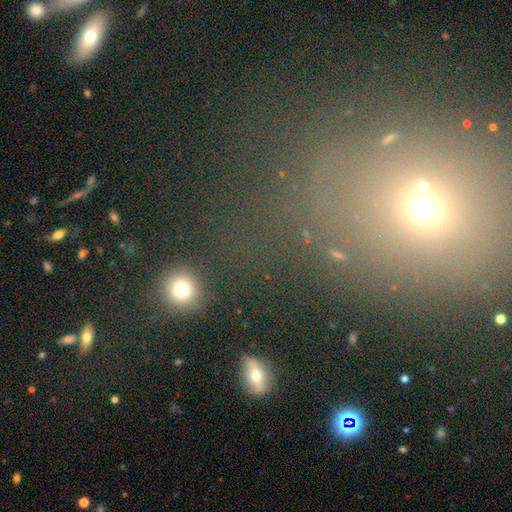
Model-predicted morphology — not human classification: Smooth or featured: smooth — 51% (star or artifact — 37%)
How rounded: round — 59% (in between — 38%)
Merging: none — 72% (minor disturbance — 12%)